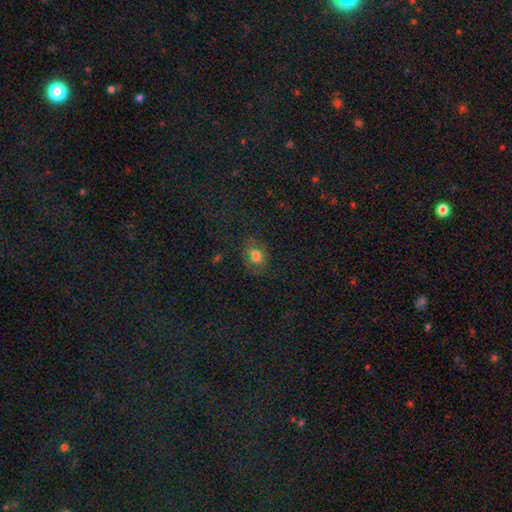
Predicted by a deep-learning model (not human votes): Smooth or featured? Predicted: smooth (p=0.65). How rounded? Predicted: in between (p=0.68). Merging? Predicted: none (p=0.72).